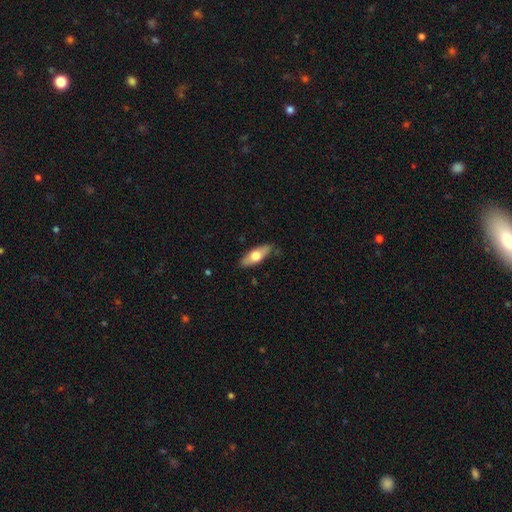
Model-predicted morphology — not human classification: The model was most divided on "smooth or featured": smooth: 61%, featured or disk: 34%, star or artifact: 5%. More confident: merging — none (82%); how rounded — in between (67%).